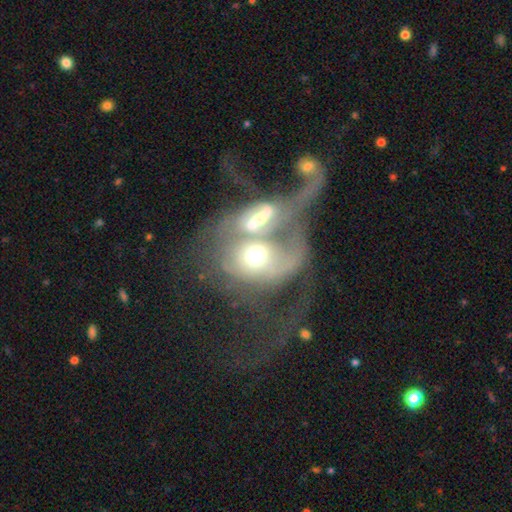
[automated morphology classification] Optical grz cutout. It shows a featured or disk galaxy (61%) with no bar (64%), spiral arms (59%) and a moderate central bulge (58%). Merging: merger (72%).